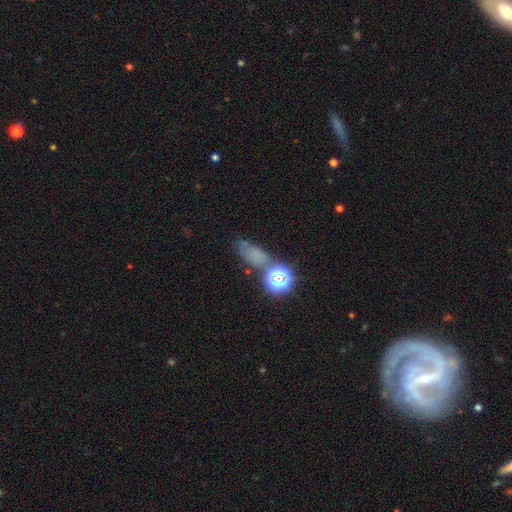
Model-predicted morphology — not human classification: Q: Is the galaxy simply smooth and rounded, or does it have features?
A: smooth — 45%.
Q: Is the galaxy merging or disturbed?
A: none — 56%.